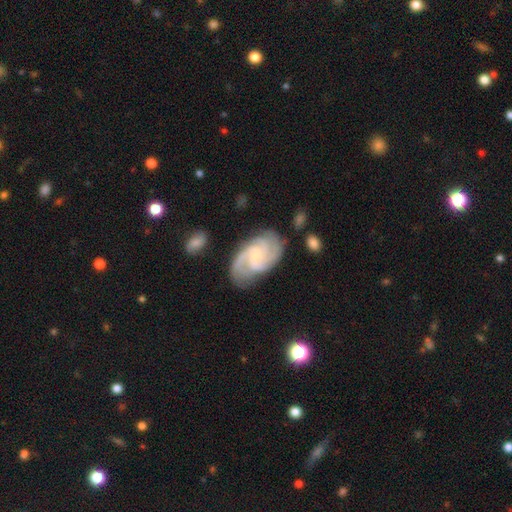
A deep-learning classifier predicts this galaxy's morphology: featured or disk 87%, smooth 8%, star or artifact 5%. Down the decision tree: edge-on disk — no (98%); bar — weak (46%); spiral arms — yes (98%); spiral arm count — 3 (35%); spiral winding — medium (45%); bulge size — small (60%); merging — none (76%).